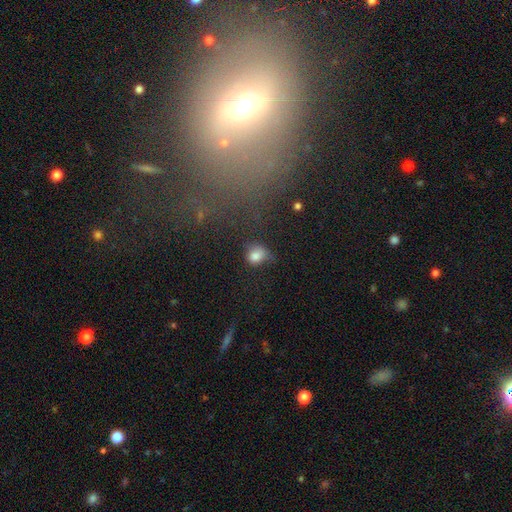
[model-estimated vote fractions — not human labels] The model was most divided on "merging": none: 44%, minor disturbance: 34%, major disturbance: 16%, merger: 5%. More confident: smooth or featured — smooth (79%); how rounded — round (62%).